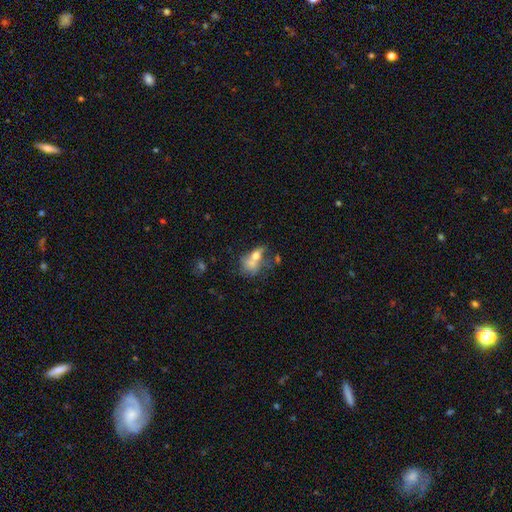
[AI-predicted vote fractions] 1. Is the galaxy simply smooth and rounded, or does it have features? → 56% smooth, 30% featured or disk, 15% star or artifact.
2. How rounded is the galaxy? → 65% in between, 30% round, 6% cigar-shaped.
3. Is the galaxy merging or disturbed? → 46% merger, 26% none, 15% major disturbance, 14% minor disturbance.